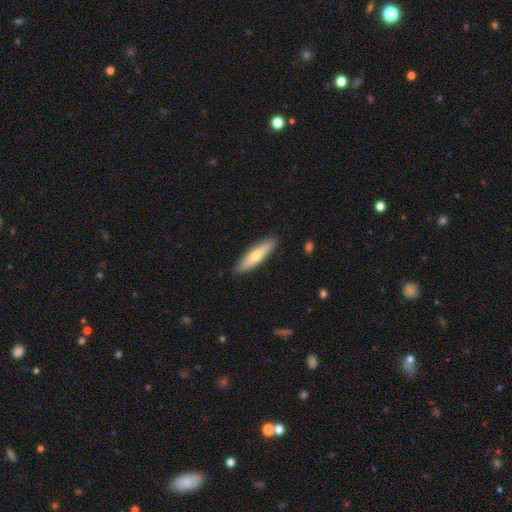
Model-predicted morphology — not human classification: Smooth or featured?
  - smooth: 60% *
  - featured or disk: 35%
  - star or artifact: 5%
How rounded?
  - cigar-shaped: 70% *
  - in between: 28%
  - round: 2%
Merging?
  - none: 88% *
  - minor disturbance: 10%
  - major disturbance: 2%
  - merger: 1%